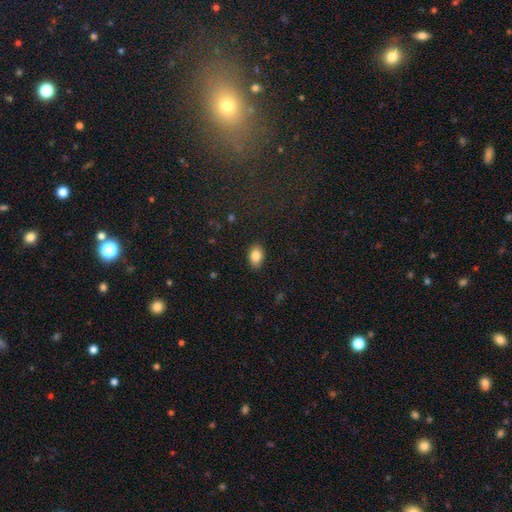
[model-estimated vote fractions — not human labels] Morphology: type=smooth (85%); roundness=in between (84%); merging=none (88%).